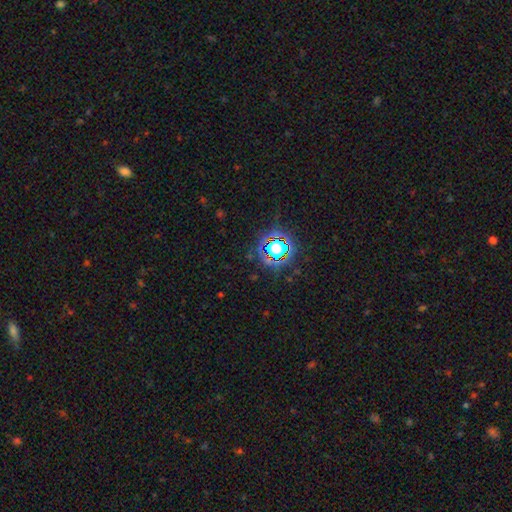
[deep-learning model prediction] A star or artifact, not a galaxy (79%).